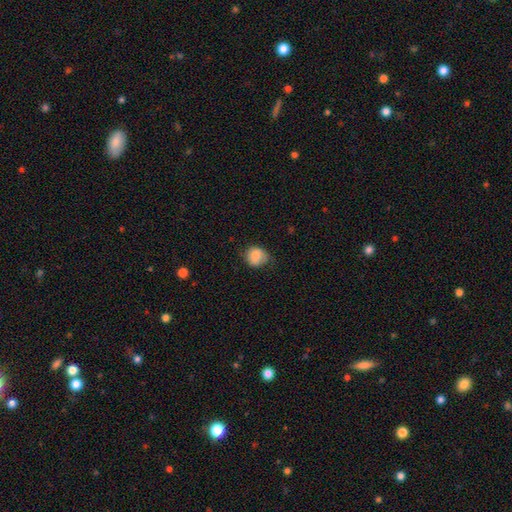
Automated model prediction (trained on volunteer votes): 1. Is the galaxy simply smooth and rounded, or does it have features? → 83% smooth, 9% featured or disk, 8% star or artifact.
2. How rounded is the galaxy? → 75% round, 24% in between, 1% cigar-shaped.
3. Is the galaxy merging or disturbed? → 57% none, 31% minor disturbance, 10% major disturbance, 1% merger.